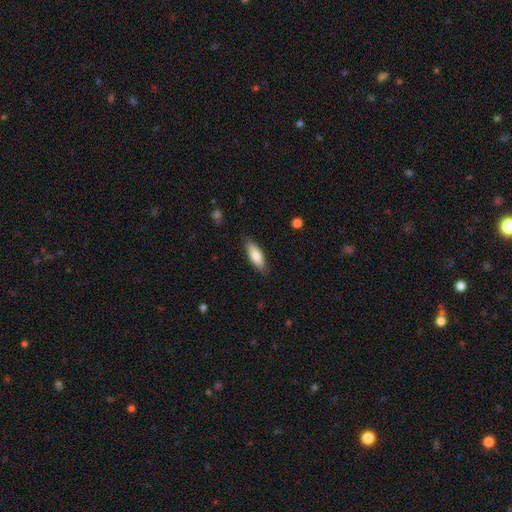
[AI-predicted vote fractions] Morphology: type=smooth (79%); roundness=in between (63%); merging=none (86%).